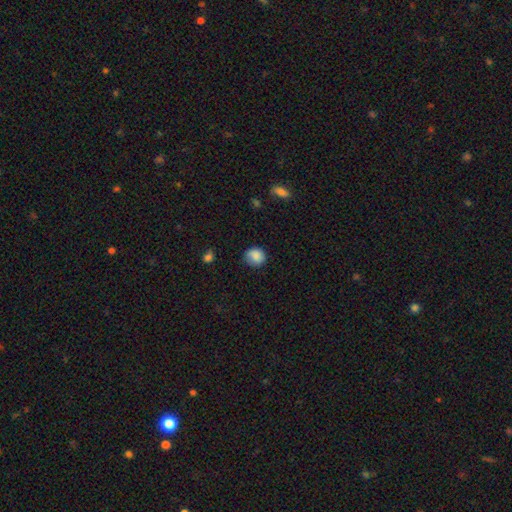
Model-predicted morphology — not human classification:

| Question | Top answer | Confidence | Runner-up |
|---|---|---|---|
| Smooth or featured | smooth | 85% | star or artifact (9%) |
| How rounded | round | 83% | in between (16%) |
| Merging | none | 74% | minor disturbance (20%) |